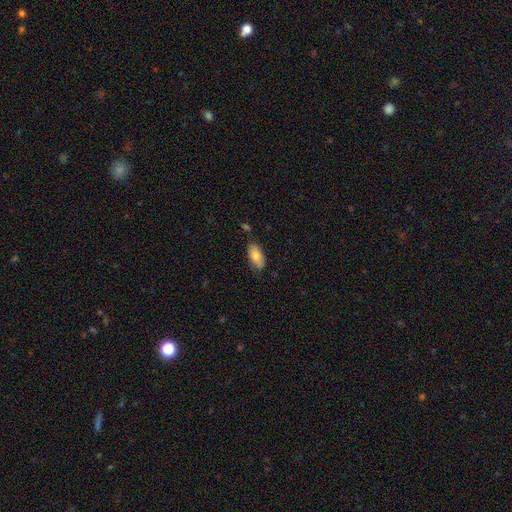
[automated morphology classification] A smooth galaxy with no disk features (80%) that is in between round and cigar-shaped (91%).

Vote fractions:
- Smooth or featured? smooth: 80% / featured or disk: 13% / star or artifact: 7%
- How rounded? in between: 91% / cigar-shaped: 6% / round: 3%
- Merging? none: 76% / minor disturbance: 17% / merger: 3% / major disturbance: 3%